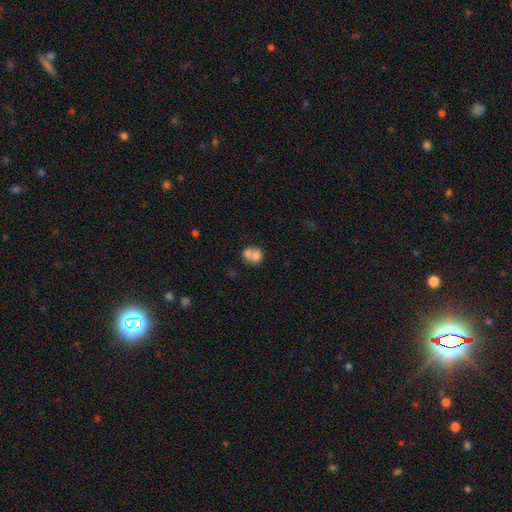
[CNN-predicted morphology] Q: Smooth or featured?
A: smooth (69%); runner-up: featured or disk (22%)
Q: How rounded?
A: round (70%); runner-up: in between (29%)
Q: Merging?
A: merger (61%); runner-up: none (27%)